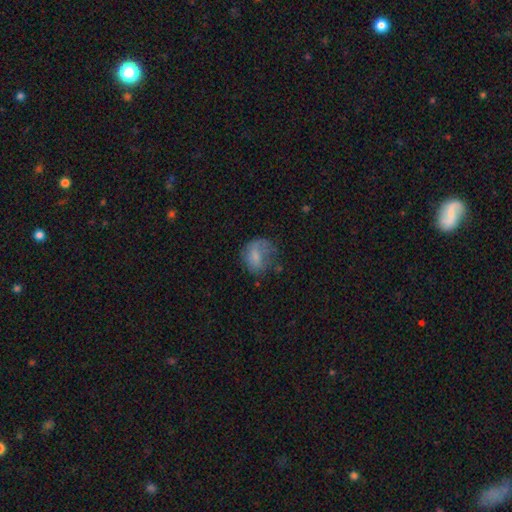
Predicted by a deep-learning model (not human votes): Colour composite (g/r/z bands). It shows a smooth galaxy with no disk features (65%) that is round (52%). Merging: none (37%).